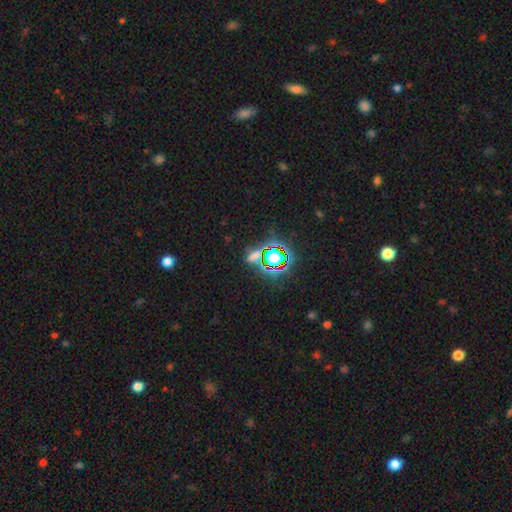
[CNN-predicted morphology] Smooth or featured?
  - star or artifact: 61% *
  - smooth: 30%
  - featured or disk: 10%